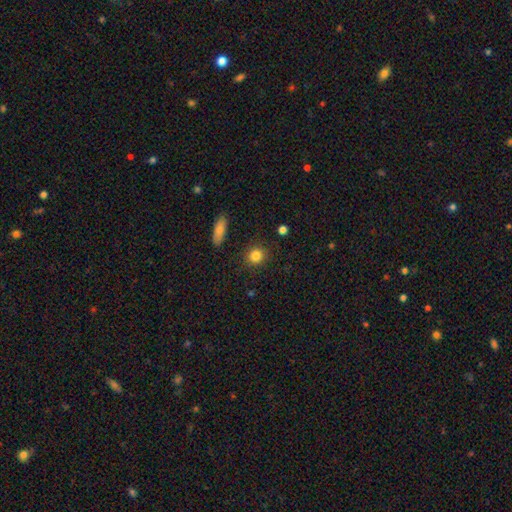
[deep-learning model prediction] Smooth or featured? smooth (85%)
How rounded? round (83%)
Merging? none (88%)